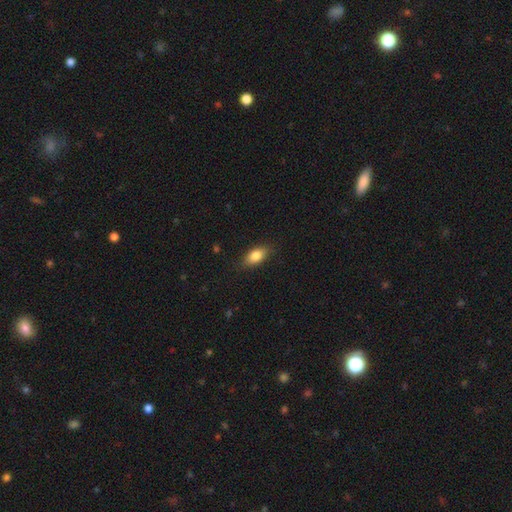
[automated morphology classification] Overall: smooth (82%). How rounded: in between (86%). Merging: none (84%).